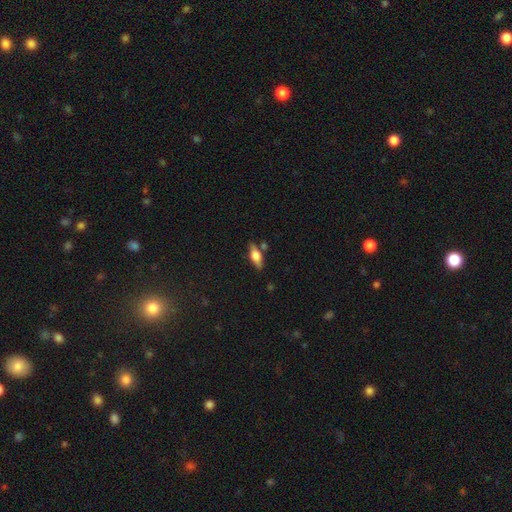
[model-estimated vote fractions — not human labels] A smooth galaxy with no disk features (51%) that is in between round and cigar-shaped (64%). Merging: none (76%).